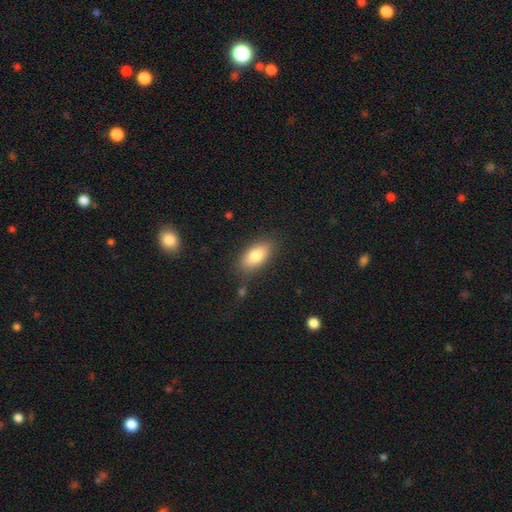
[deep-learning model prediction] A smooth galaxy with no disk features (78%) that is in between round and cigar-shaped (89%).

Vote fractions:
- Smooth or featured? smooth: 78% / featured or disk: 14% / star or artifact: 7%
- How rounded? in between: 89% / cigar-shaped: 7% / round: 5%
- Merging? none: 81% / minor disturbance: 13% / major disturbance: 4% / merger: 3%